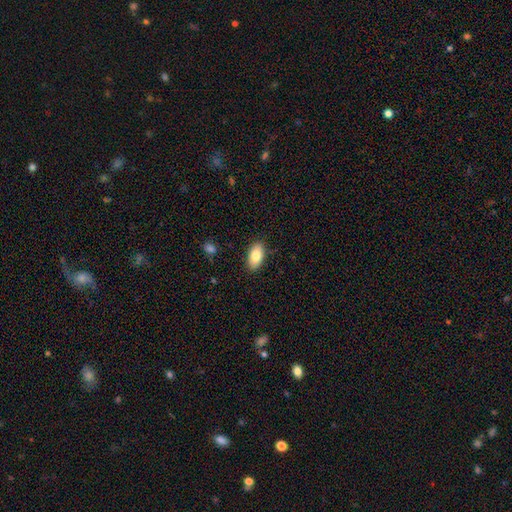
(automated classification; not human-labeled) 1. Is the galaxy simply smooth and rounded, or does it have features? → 82% smooth, 12% featured or disk, 7% star or artifact.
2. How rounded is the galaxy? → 93% in between, 4% cigar-shaped, 3% round.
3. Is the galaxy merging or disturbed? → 87% none, 9% minor disturbance, 2% major disturbance, 1% merger.